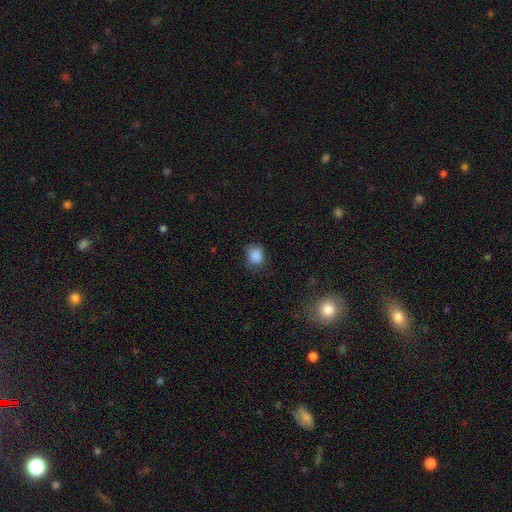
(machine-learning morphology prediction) smooth-or-featured: smooth: 86% | star or artifact: 10% | featured or disk: 4%
  how-rounded: round: 63% | in between: 36% | cigar-shaped: 1%
  merging: none: 67% | minor disturbance: 25% | major disturbance: 7% | merger: 1%